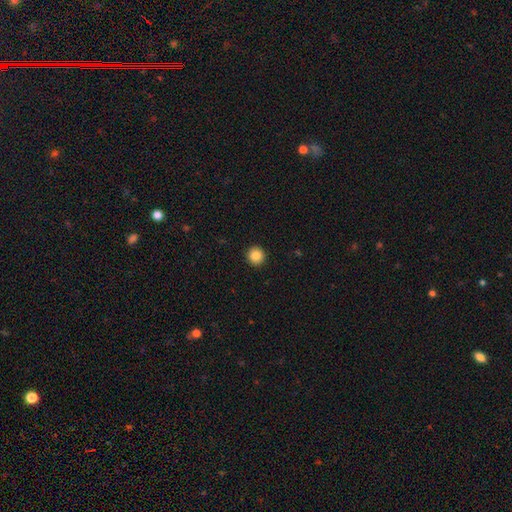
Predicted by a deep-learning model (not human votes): This is clearly a smooth galaxy (86%). How rounded: clearly round (95%). Merging: clearly none (94%).